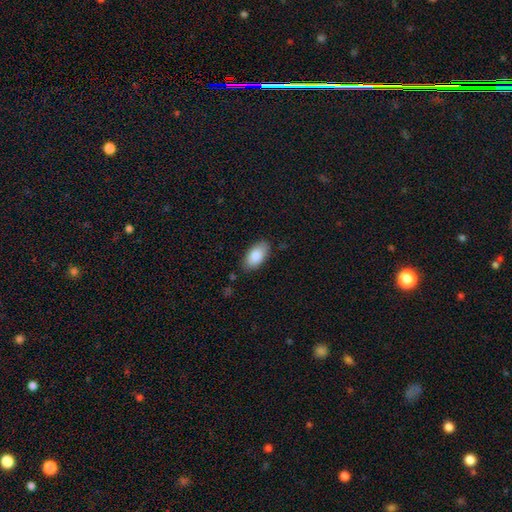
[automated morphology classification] smooth_or_featured: smooth (p=0.85) [alt: featured or disk p=0.09]
how_rounded: in between (p=0.94) [alt: cigar-shaped p=0.03]
merging: none (p=0.83) [alt: minor disturbance p=0.13]